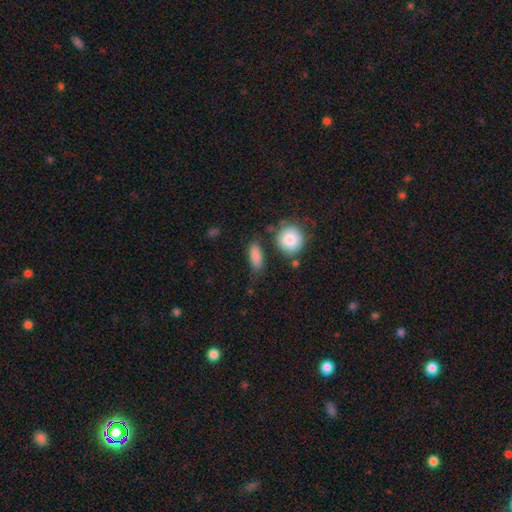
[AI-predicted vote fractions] The model was most divided on "how rounded": in between: 70%, cigar-shaped: 22%, round: 8%. More confident: smooth or featured — smooth (86%); merging — none (71%).